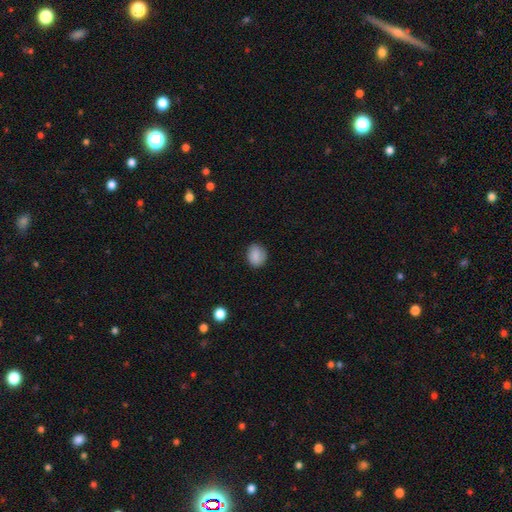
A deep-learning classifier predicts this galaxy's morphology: Smooth or featured? smooth (84%)
How rounded? round (60%)
Merging? none (78%)